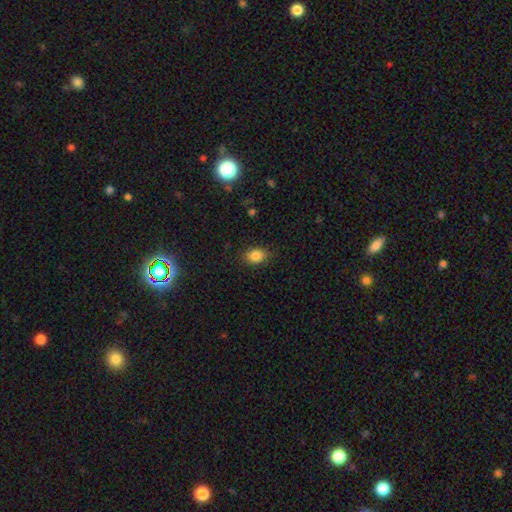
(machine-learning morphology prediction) smooth-or-featured: smooth: 84% | star or artifact: 10% | featured or disk: 6%
  how-rounded: in between: 69% | round: 30% | cigar-shaped: 1%
  merging: none: 84% | minor disturbance: 12% | major disturbance: 3% | merger: 1%